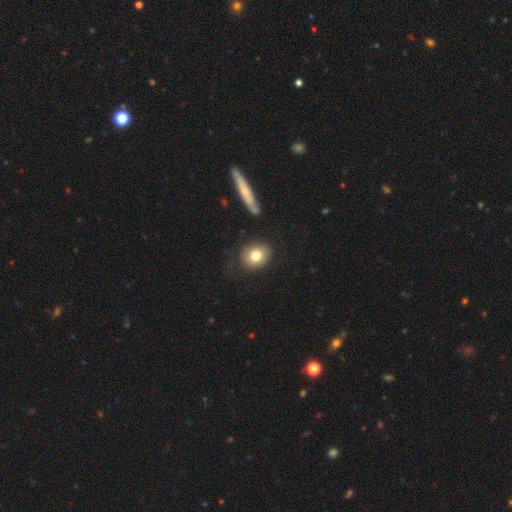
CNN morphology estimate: This is likely a smooth galaxy (80%). How rounded: likely round (70%). Merging: clearly none (81%).